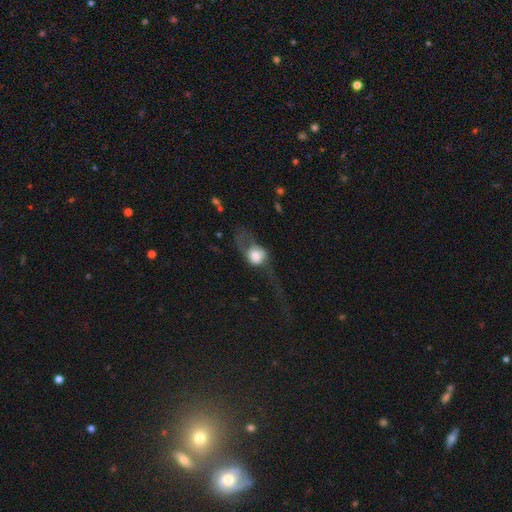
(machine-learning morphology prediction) Smooth or featured? Predicted: smooth (p=0.52). How rounded? Predicted: round (p=0.54). Merging? Predicted: major disturbance (p=0.64).